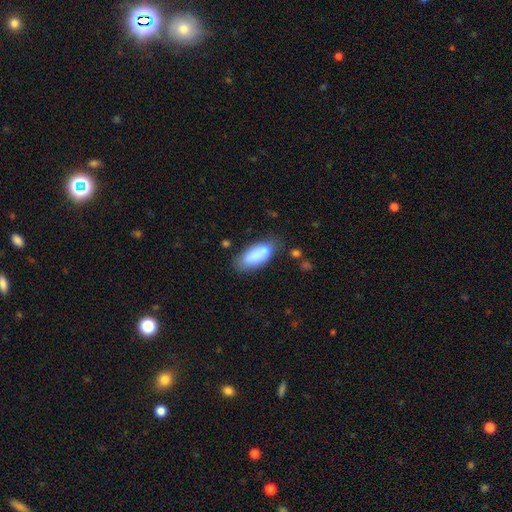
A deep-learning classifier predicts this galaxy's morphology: Smooth or featured? Predicted: smooth (p=0.82). How rounded? Predicted: in between (p=0.84). Merging? Predicted: none (p=0.61).